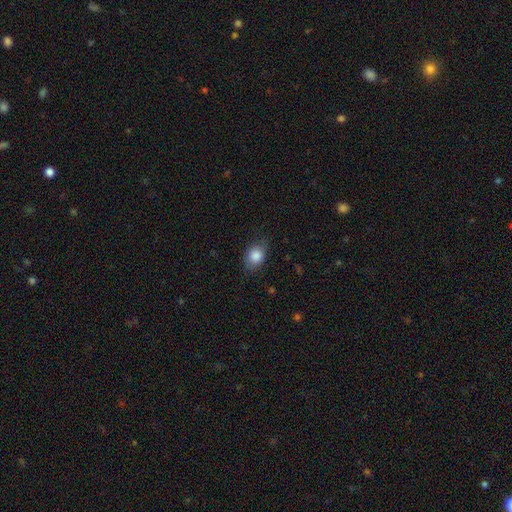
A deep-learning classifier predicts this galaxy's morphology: Smooth or featured? Predicted: smooth (p=0.85). How rounded? Predicted: in between (p=0.65). Merging? Predicted: none (p=0.74).